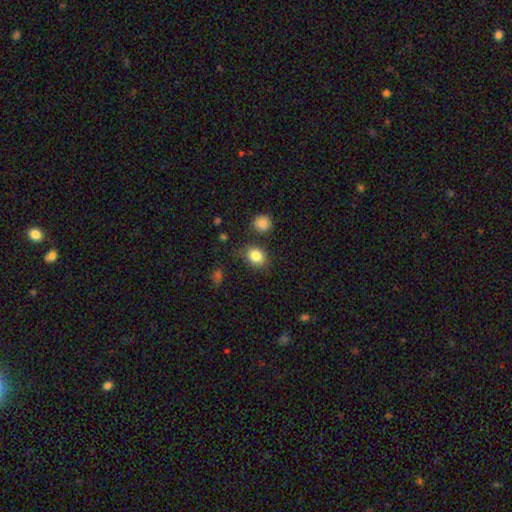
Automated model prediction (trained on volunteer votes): The model was most divided on "how rounded": in between: 51%, round: 48%, cigar-shaped: 1%. More confident: smooth or featured — smooth (84%); merging — none (78%).